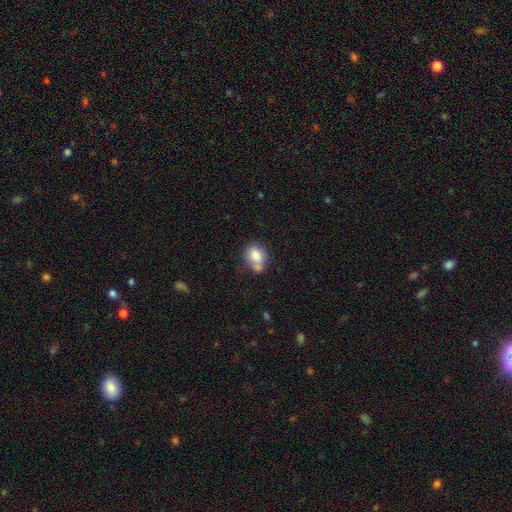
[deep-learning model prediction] A smooth galaxy with no disk features (78%) that is round (51%). Merging: none (45%).